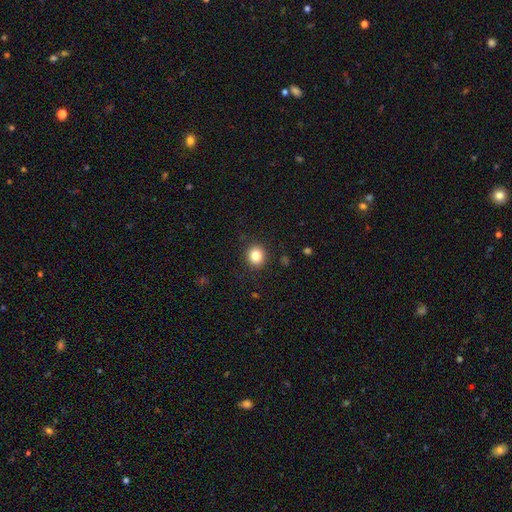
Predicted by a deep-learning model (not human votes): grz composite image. It shows a smooth galaxy with no disk features (84%) that is round (84%). Merging: none (90%).